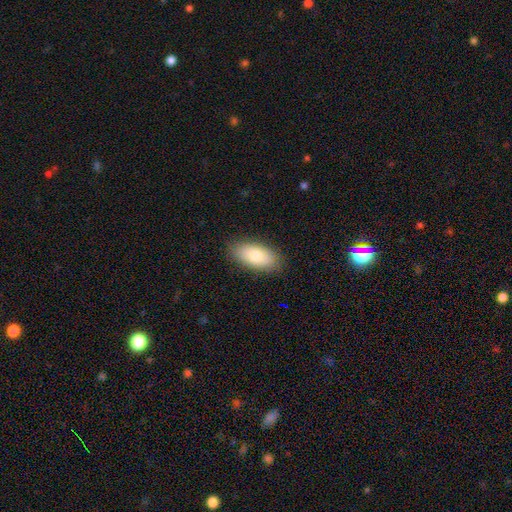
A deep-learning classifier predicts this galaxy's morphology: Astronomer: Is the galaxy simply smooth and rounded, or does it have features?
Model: smooth — 80%.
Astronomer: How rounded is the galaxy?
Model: in between — 91%.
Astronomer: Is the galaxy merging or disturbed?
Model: none — 86%.